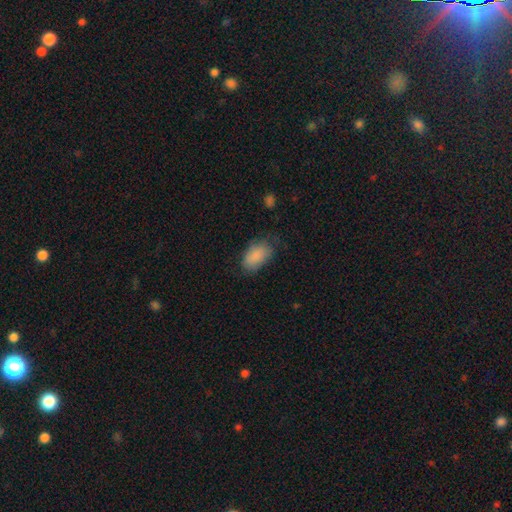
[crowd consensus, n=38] Morphology: type=smooth (95%); roundness=in between (92%); merging=none (62%).